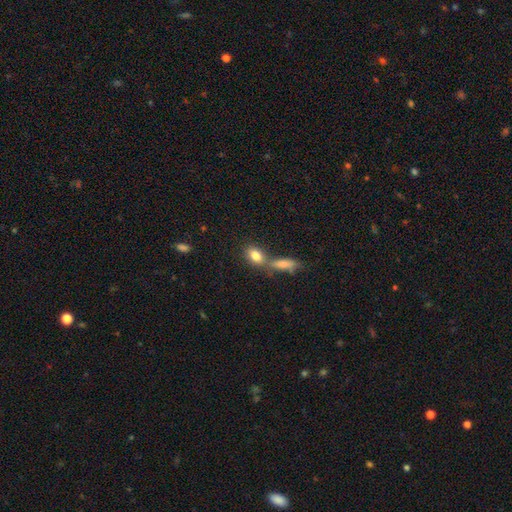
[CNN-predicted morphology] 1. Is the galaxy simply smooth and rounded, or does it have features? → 80% smooth, 11% featured or disk, 9% star or artifact.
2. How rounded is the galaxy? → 76% in between, 17% round, 6% cigar-shaped.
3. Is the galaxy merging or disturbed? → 48% none, 38% merger, 10% minor disturbance, 4% major disturbance.